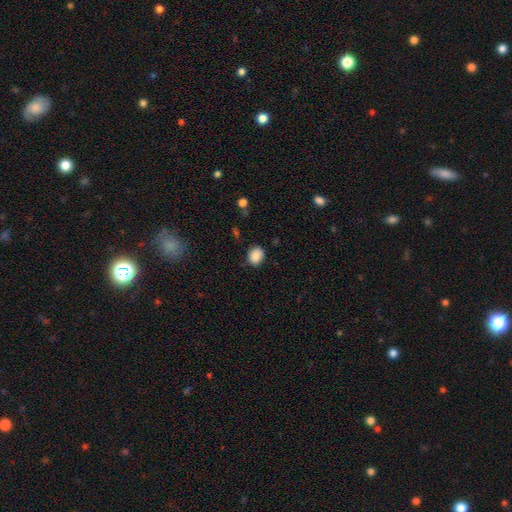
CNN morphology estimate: type=smooth (88%); roundness=round (59%); merging=none (81%).